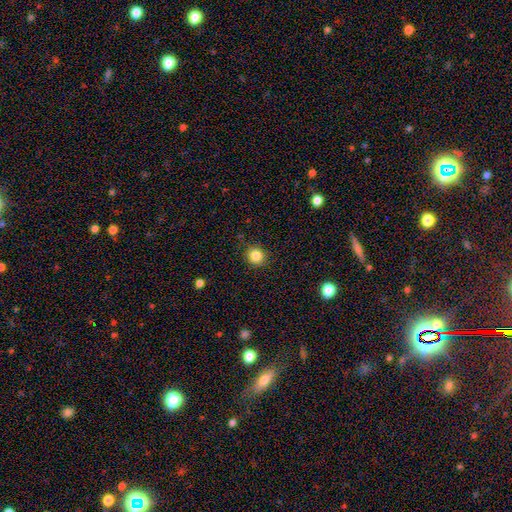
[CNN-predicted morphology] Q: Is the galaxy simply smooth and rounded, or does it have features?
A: smooth — 85%.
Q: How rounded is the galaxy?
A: round — 91%.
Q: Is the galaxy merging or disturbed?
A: none — 90%.